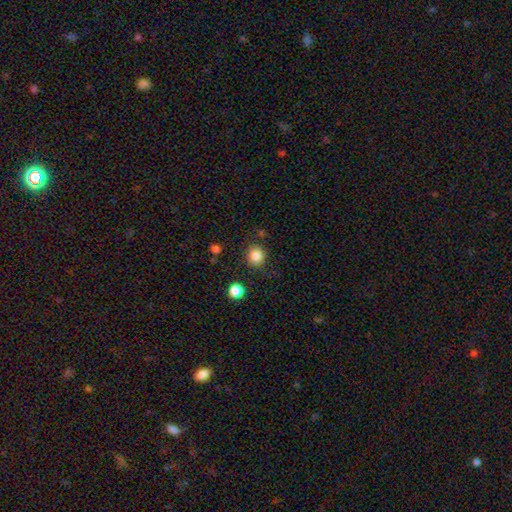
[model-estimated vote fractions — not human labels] Smooth or featured? smooth (85%)
How rounded? round (88%)
Merging? none (85%)